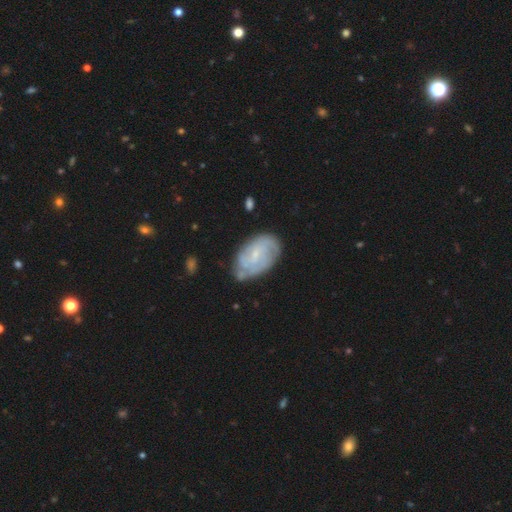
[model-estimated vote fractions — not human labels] Morphology: type=featured or disk (70%); edge-on=no (97%); bar=no (50%); spiral arms=yes (86%); winding=tight (51%); arm count=can't tell (41%); bulge=small (75%); merging=none (64%).